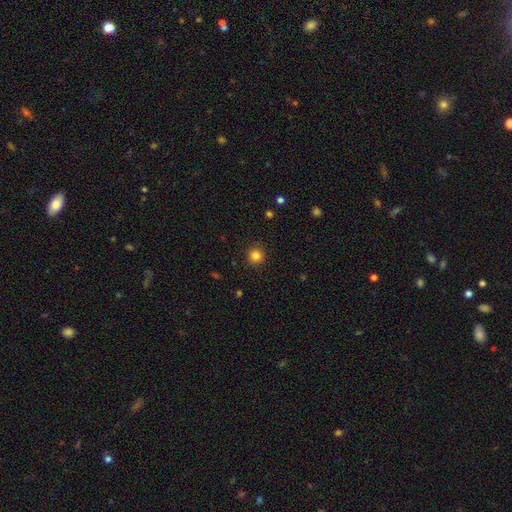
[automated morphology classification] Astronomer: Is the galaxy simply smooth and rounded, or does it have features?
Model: smooth — 84%.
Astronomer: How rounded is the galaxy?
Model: round — 94%.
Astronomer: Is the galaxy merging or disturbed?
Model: none — 91%.